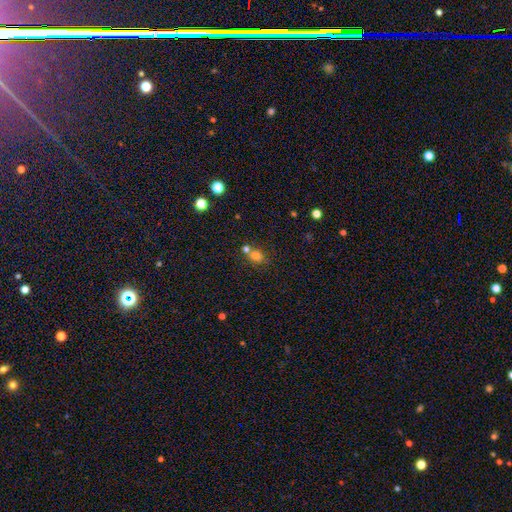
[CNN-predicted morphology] A smooth galaxy with no disk features (75%) that is round (61%). Merging: none (48%).